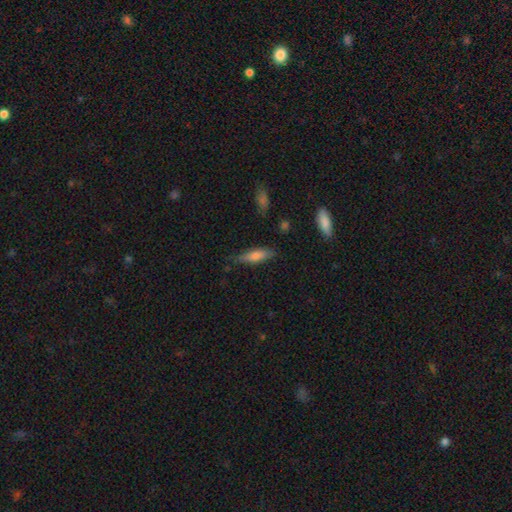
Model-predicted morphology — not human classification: type=smooth (71%); roundness=cigar-shaped (57%); merging=none (72%).